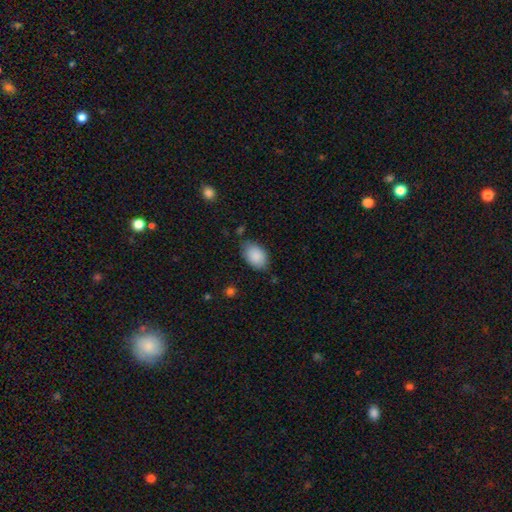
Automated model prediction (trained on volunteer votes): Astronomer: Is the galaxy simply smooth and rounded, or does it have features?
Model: smooth — 89%.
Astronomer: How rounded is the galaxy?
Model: in between — 89%.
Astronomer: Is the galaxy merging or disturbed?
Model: none — 74%.